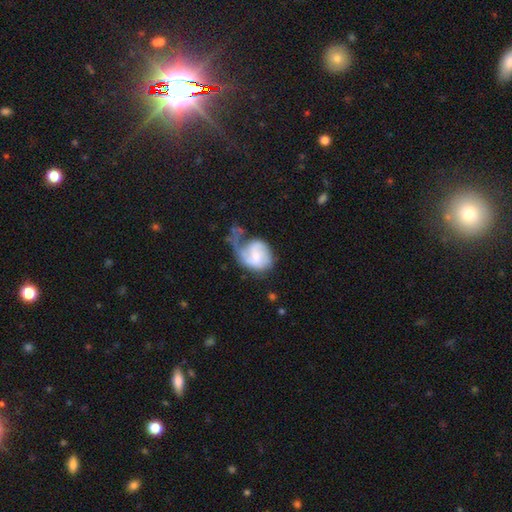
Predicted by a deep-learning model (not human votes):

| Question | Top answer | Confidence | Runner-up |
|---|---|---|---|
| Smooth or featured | featured or disk | 64% | smooth (30%) |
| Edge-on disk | no | 98% | yes (2%) |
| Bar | weak | 45% | no (44%) |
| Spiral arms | yes | 85% | no (15%) |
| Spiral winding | medium | 38% | loose (37%) |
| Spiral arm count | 1 | 44% | 2 (38%) |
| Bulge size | small | 46% | moderate (35%) |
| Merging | major disturbance | 49% | minor disturbance (23%) |